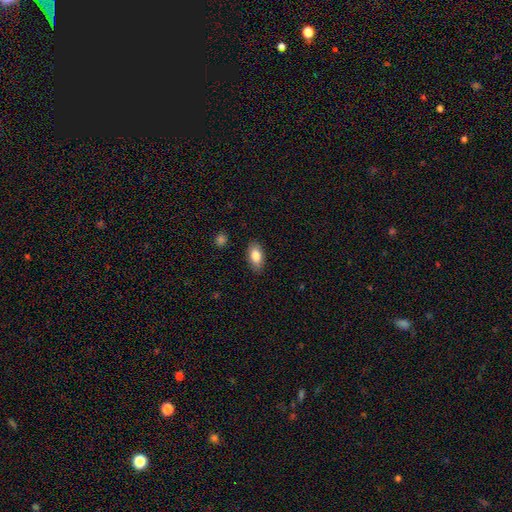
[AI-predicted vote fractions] Overall: smooth (84%). How rounded: in between (92%). Merging: none (87%).